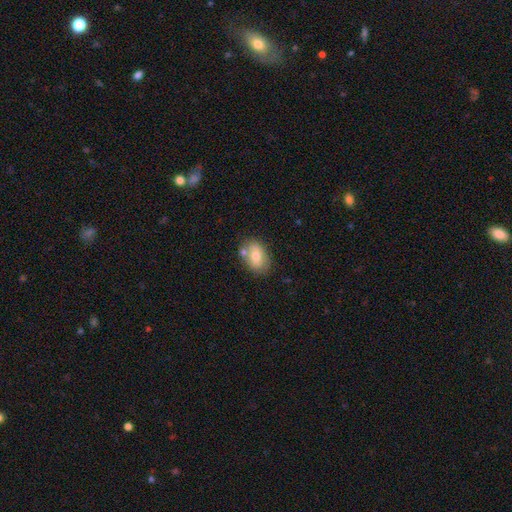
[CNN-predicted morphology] The model was most divided on "smooth or featured": smooth: 70%, featured or disk: 23%, star or artifact: 8%. More confident: how rounded — in between (81%); merging — none (69%).